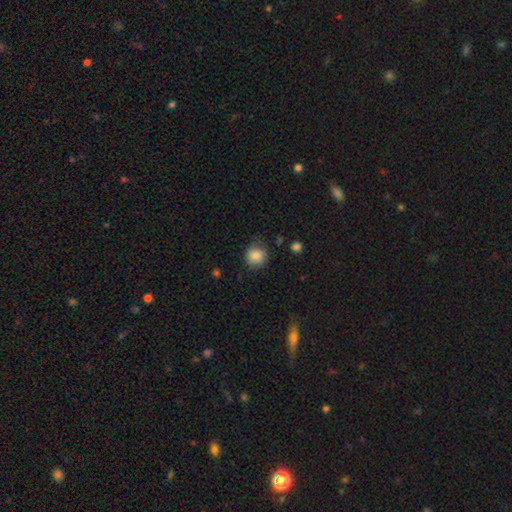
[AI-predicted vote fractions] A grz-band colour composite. It shows a smooth galaxy with no disk features (84%) that is round (85%). Merging: none (73%).